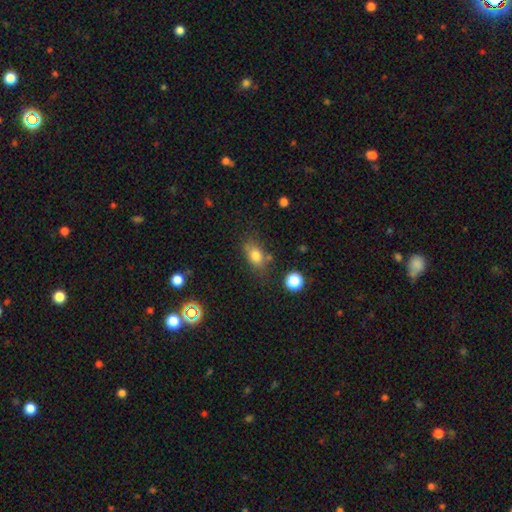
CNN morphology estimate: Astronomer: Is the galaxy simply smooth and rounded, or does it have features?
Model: smooth — 79%.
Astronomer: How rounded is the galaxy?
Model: in between — 74%.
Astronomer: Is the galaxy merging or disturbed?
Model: none — 67%.